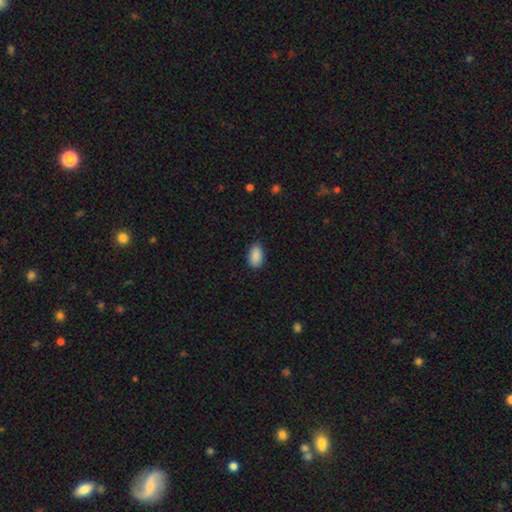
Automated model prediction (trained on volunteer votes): Morphology: type=smooth (90%); roundness=in between (92%); merging=none (82%).